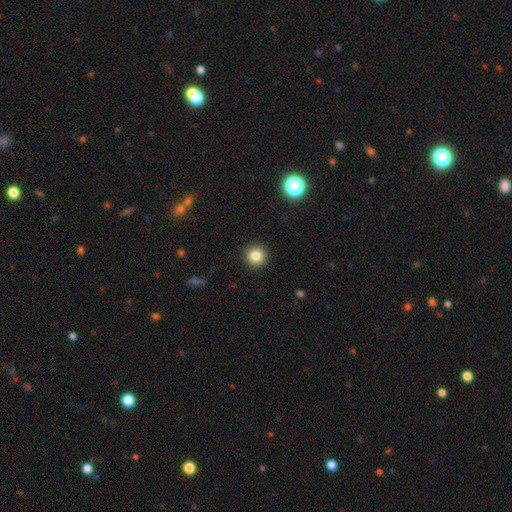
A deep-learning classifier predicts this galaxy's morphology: smooth_or_featured: smooth (p=0.83) [alt: star or artifact p=0.11]
how_rounded: round (p=0.94) [alt: in between p=0.05]
merging: none (p=0.92) [alt: minor disturbance p=0.05]